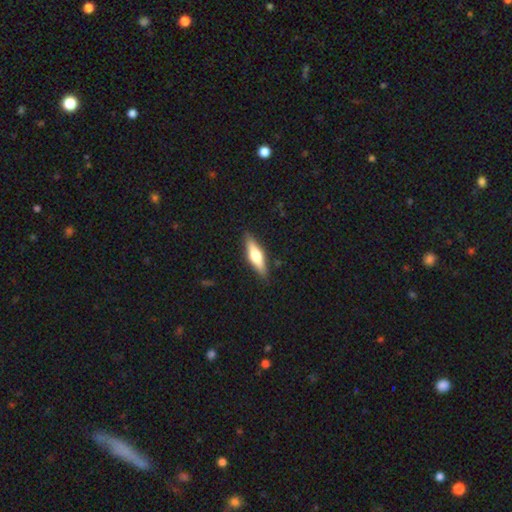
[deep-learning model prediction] The model was most divided on "smooth or featured": featured or disk: 48%, smooth: 46%, star or artifact: 6%. More confident: merging — none (89%).